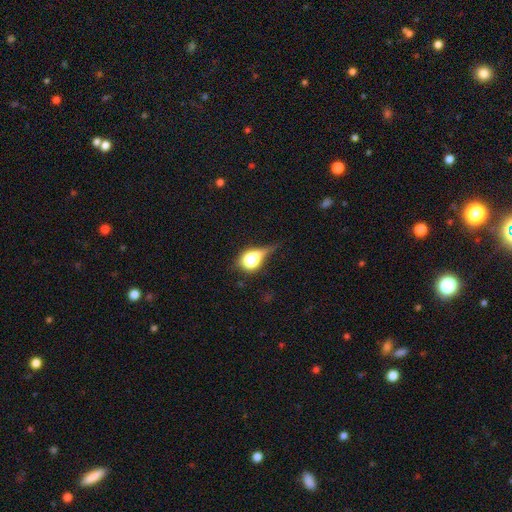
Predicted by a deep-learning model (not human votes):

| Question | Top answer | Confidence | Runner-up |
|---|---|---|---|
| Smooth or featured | smooth | 53% | featured or disk (25%) |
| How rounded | round | 48% | in between (40%) |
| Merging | none | 45% | minor disturbance (21%) |